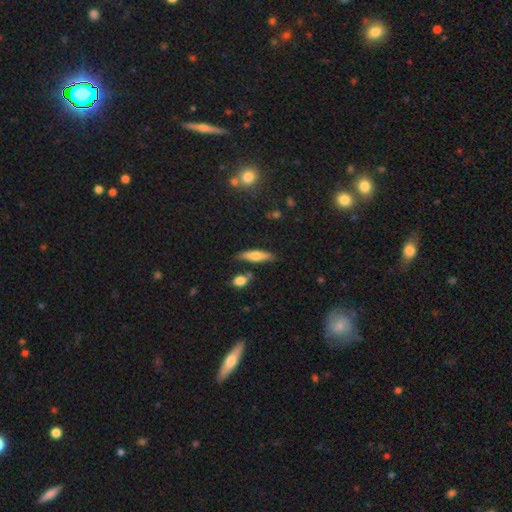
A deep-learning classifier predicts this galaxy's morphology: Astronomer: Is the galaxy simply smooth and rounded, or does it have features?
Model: smooth — 62%.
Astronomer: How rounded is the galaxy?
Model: cigar-shaped — 66%.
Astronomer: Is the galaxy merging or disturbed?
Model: none — 74%.